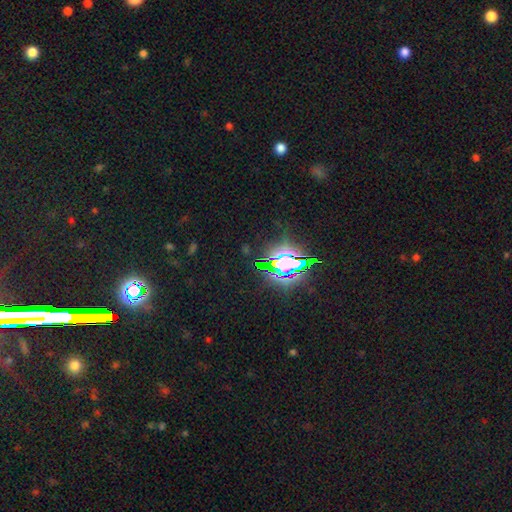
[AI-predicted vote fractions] Smooth or featured? star or artifact (83%)